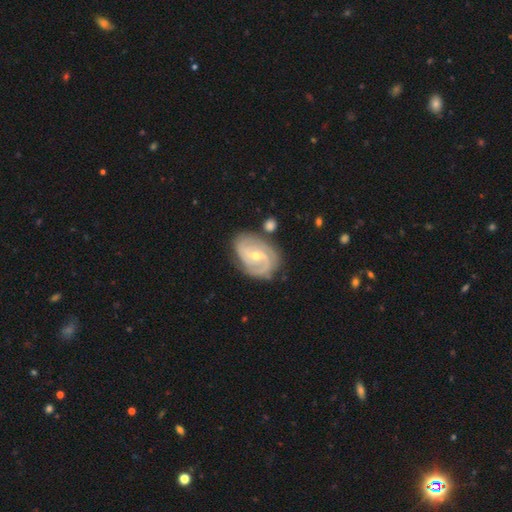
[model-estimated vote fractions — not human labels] Q: Smooth or featured?
A: featured or disk (86%); runner-up: smooth (8%)
Q: Edge-on disk?
A: no (97%); runner-up: yes (3%)
Q: Bar?
A: weak (45%); runner-up: no (39%)
Q: Spiral arms?
A: yes (95%); runner-up: no (5%)
Q: Spiral winding?
A: tight (49%); runner-up: medium (39%)
Q: Spiral arm count?
A: 2 (56%); runner-up: 3 (19%)
Q: Bulge size?
A: small (54%); runner-up: moderate (43%)
Q: Merging?
A: none (71%); runner-up: minor disturbance (19%)